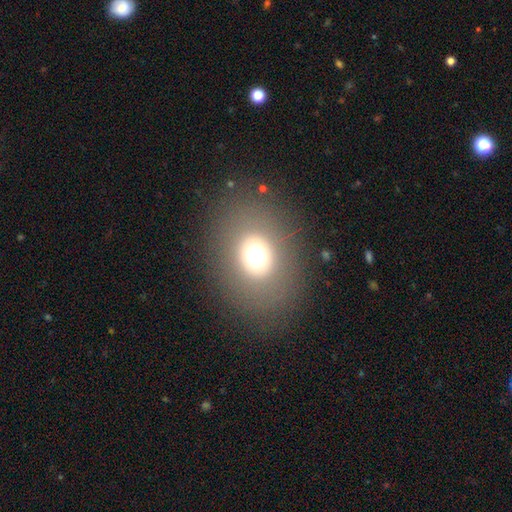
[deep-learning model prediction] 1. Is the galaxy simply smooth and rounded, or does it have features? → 67% smooth, 19% star or artifact, 14% featured or disk.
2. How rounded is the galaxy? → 55% round, 44% in between, 1% cigar-shaped.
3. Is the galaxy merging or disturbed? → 85% none, 8% minor disturbance, 6% major disturbance, 1% merger.